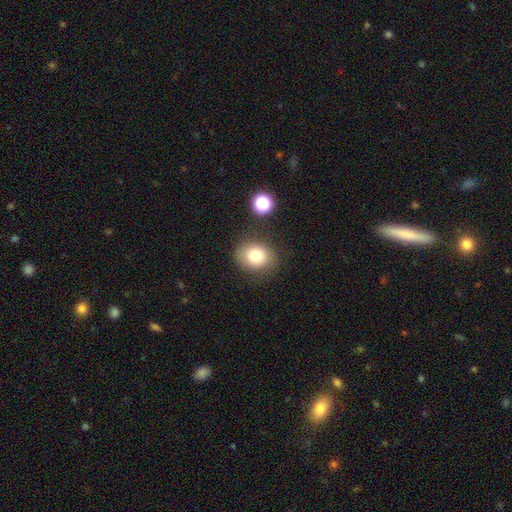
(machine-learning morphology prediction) The model was most divided on "how rounded": round: 65%, in between: 34%, cigar-shaped: 1%. More confident: merging — none (80%); smooth or featured — smooth (78%).